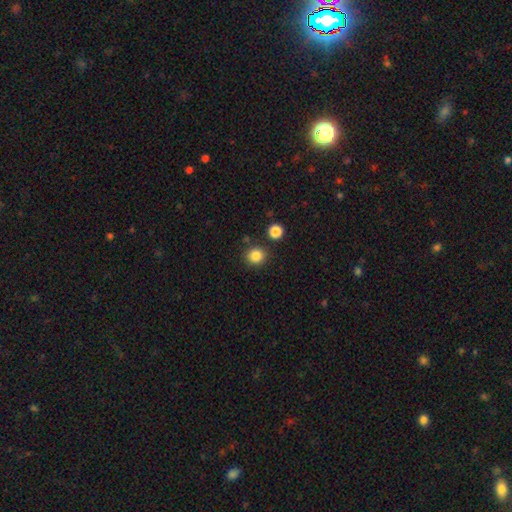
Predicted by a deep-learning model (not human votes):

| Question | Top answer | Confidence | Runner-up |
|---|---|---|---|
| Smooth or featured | smooth | 84% | star or artifact (11%) |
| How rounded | round | 91% | in between (8%) |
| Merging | none | 86% | minor disturbance (7%) |